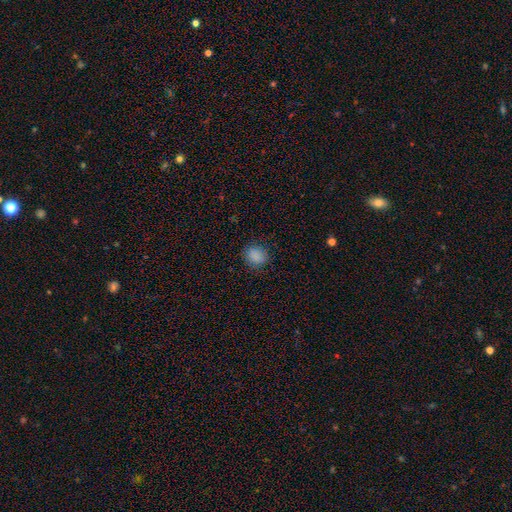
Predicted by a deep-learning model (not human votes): Smooth or featured: smooth — 86% (star or artifact — 11%)
How rounded: round — 65% (in between — 34%)
Merging: none — 84% (minor disturbance — 11%)